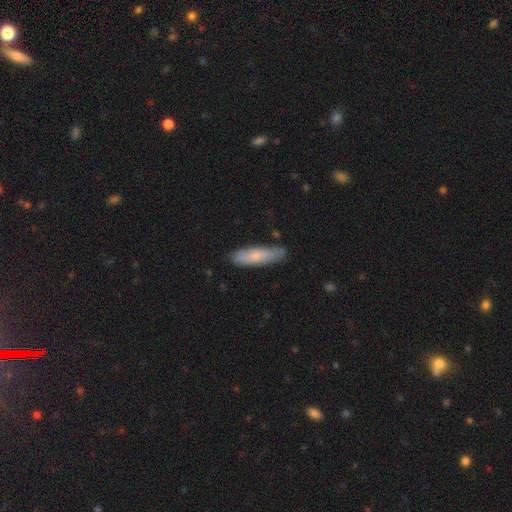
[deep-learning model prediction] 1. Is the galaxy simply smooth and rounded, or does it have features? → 68% smooth, 27% featured or disk, 6% star or artifact.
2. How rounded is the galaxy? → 69% cigar-shaped, 29% in between, 2% round.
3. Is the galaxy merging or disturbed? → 80% none, 16% minor disturbance, 2% major disturbance, 2% merger.